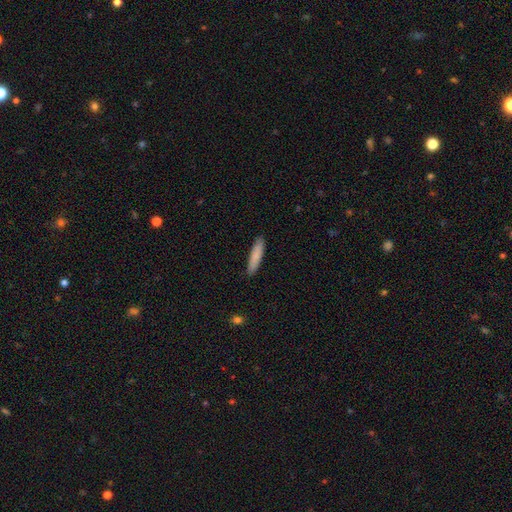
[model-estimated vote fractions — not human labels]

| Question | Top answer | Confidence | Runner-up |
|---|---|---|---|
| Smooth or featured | smooth | 84% | featured or disk (10%) |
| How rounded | cigar-shaped | 83% | in between (16%) |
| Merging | none | 89% | minor disturbance (8%) |